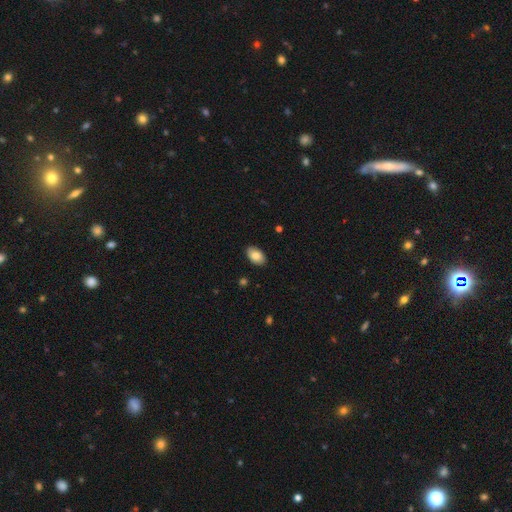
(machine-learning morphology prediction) Overall: smooth (85%). How rounded: in between (92%). Merging: none (88%).